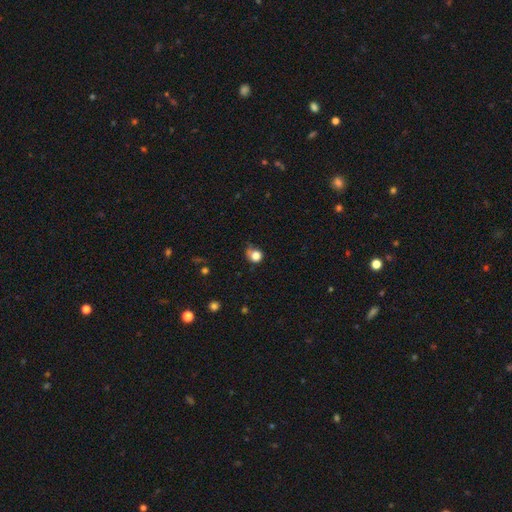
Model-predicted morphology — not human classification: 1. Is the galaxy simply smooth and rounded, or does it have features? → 81% smooth, 11% star or artifact, 7% featured or disk.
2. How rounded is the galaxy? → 76% round, 23% in between, 1% cigar-shaped.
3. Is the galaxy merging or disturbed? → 47% none, 36% minor disturbance, 14% major disturbance, 3% merger.